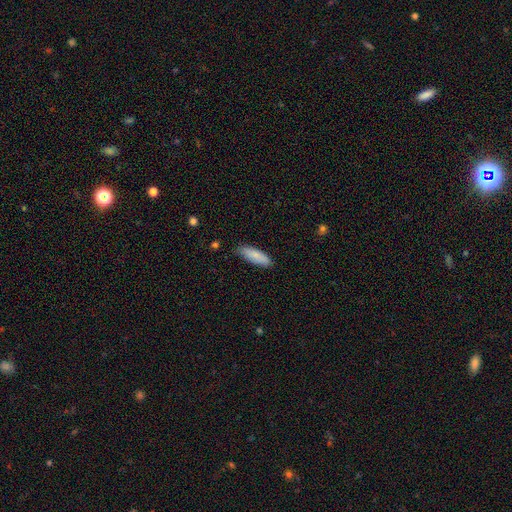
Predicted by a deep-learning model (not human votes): Smooth or featured: smooth — 84% (featured or disk — 10%)
How rounded: in between — 53% (cigar-shaped — 46%)
Merging: none — 82% (minor disturbance — 14%)